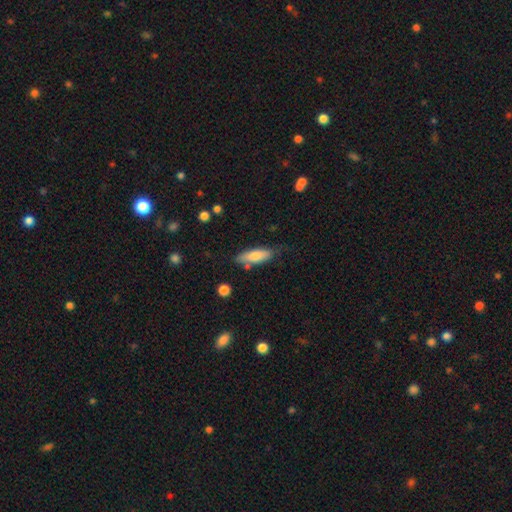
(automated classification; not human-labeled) A smooth galaxy with no disk features (75%) that is in between round and cigar-shaped (56%). Merging: none (65%).